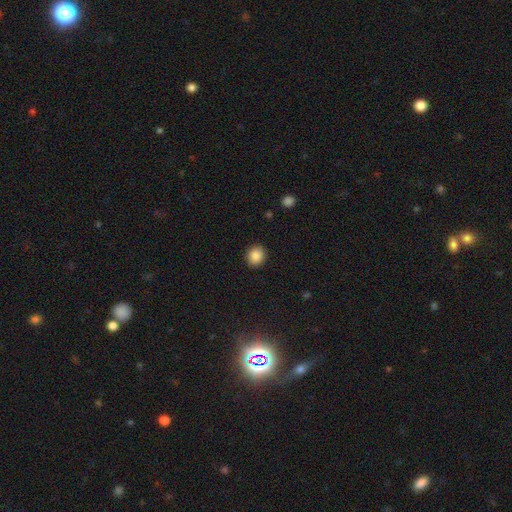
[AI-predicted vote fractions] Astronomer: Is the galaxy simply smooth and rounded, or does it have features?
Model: smooth — 87%.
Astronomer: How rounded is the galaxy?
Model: round — 85%.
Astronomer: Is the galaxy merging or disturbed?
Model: none — 91%.